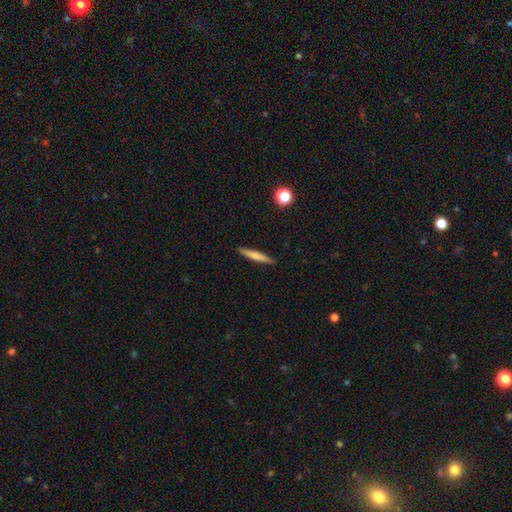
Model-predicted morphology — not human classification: smooth-or-featured: smooth: 69% | featured or disk: 25% | star or artifact: 7%
  how-rounded: cigar-shaped: 94% | in between: 4% | round: 1%
  merging: none: 91% | minor disturbance: 7% | major disturbance: 1% | merger: 1%